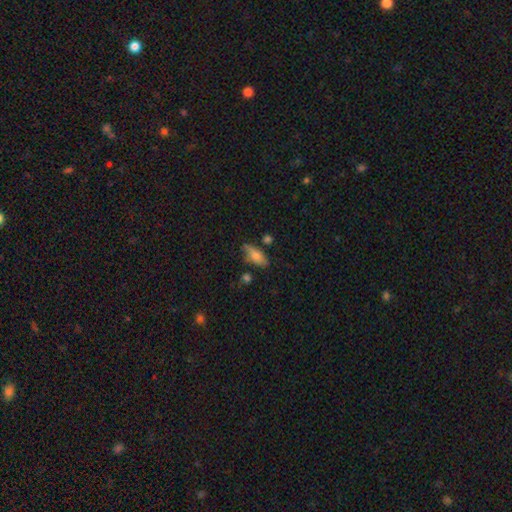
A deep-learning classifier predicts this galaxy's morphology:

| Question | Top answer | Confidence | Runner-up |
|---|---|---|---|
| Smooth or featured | smooth | 74% | featured or disk (18%) |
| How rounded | in between | 77% | cigar-shaped (19%) |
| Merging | none | 60% | minor disturbance (26%) |